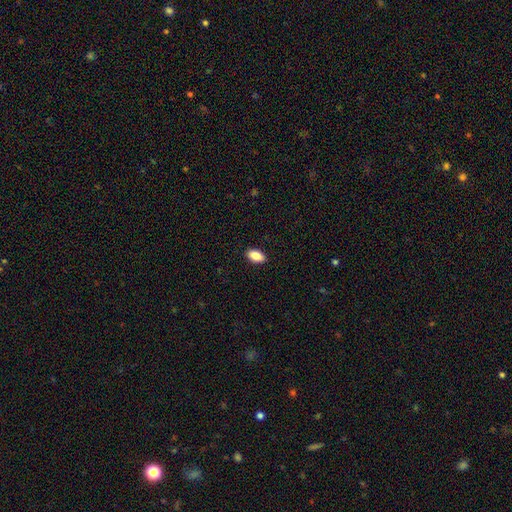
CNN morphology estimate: A smooth galaxy with no disk features (86%) that is in between round and cigar-shaped (93%).

Vote fractions:
- Smooth or featured? smooth: 86% / star or artifact: 7% / featured or disk: 6%
- How rounded? in between: 93% / round: 5% / cigar-shaped: 3%
- Merging? none: 90% / minor disturbance: 8% / major disturbance: 2% / merger: 1%